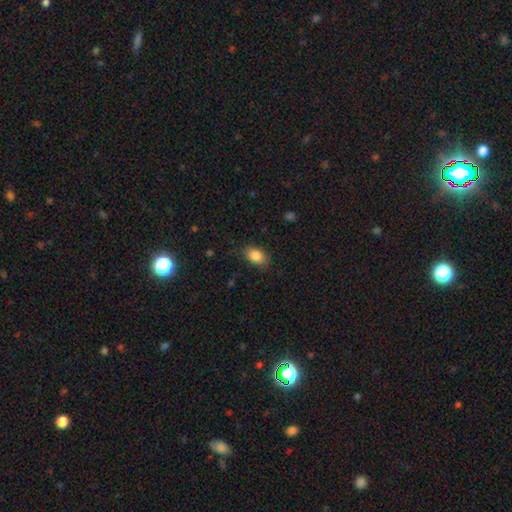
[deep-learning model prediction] A smooth galaxy with no disk features (86%) that is in between round and cigar-shaped (86%). Merging: none (82%).